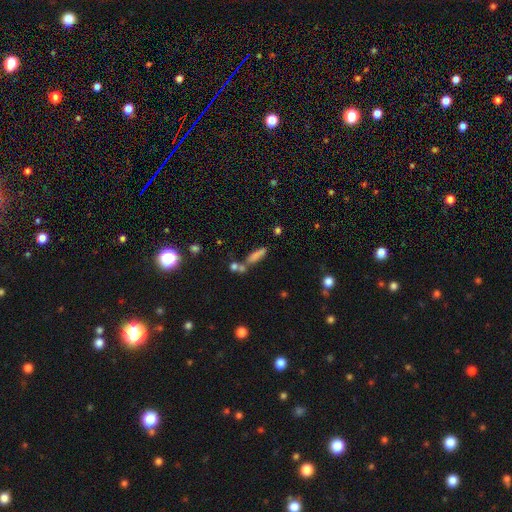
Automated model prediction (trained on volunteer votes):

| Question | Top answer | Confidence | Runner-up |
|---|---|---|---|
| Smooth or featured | smooth | 55% | star or artifact (23%) |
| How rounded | cigar-shaped | 62% | in between (30%) |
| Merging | none | 57% | merger (24%) |